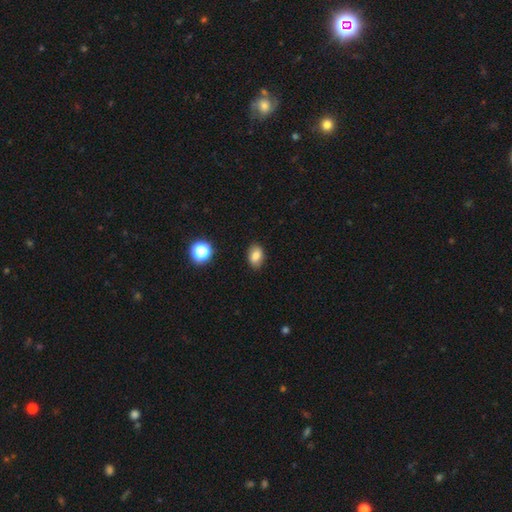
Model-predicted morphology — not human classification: type=smooth (79%); roundness=in between (81%); merging=none (86%).